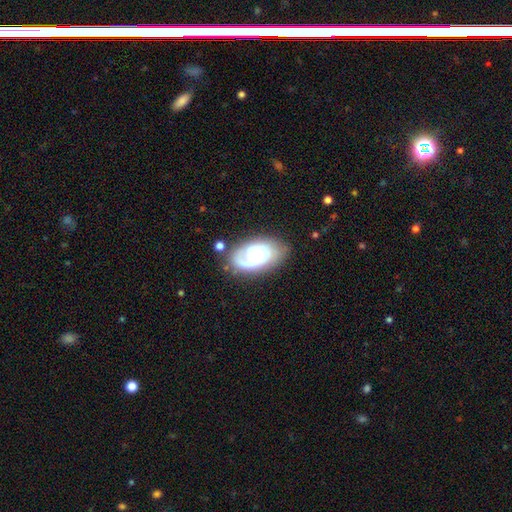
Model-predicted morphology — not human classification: Smooth or featured?
  - featured or disk: 75% *
  - smooth: 19%
  - star or artifact: 6%
Edge-on disk?
  - no: 95% *
  - yes: 5%
Bar?
  - no: 72% *
  - weak: 23%
  - strong: 5%
Spiral arms?
  - yes: 85% *
  - no: 15%
Spiral winding?
  - tight: 53% *
  - medium: 34%
  - loose: 13%
Spiral arm count?
  - 2: 42% *
  - 1: 26%
  - can't tell: 23%
  - 3: 6%
  - 4: 2%
  - more than 4: 2%
Bulge size?
  - moderate: 66% *
  - small: 20%
  - large: 11%
  - dominant: 1%
  - none: 1%
Merging?
  - none: 68% *
  - minor disturbance: 20%
  - major disturbance: 8%
  - merger: 4%